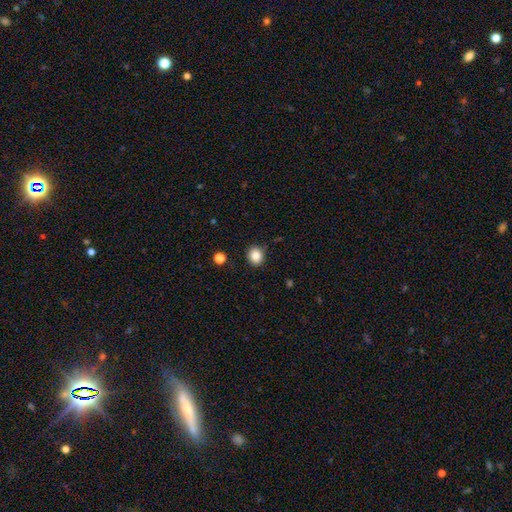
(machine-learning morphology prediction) Smooth or featured: smooth — 86% (star or artifact — 10%)
How rounded: round — 75% (in between — 24%)
Merging: none — 87% (minor disturbance — 9%)